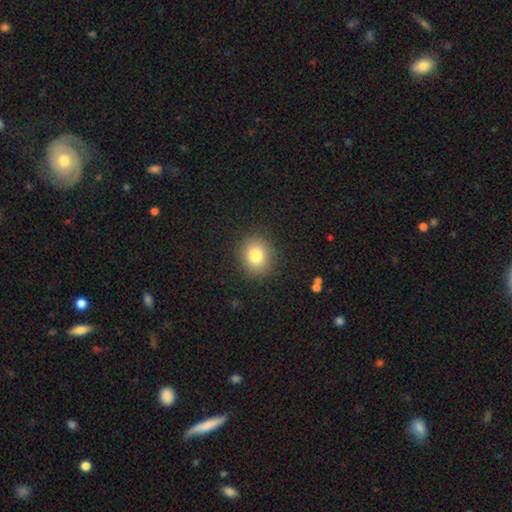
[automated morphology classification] smooth-or-featured: smooth: 82% | star or artifact: 10% | featured or disk: 8%
  how-rounded: round: 74% | in between: 25% | cigar-shaped: 1%
  merging: none: 88% | minor disturbance: 8% | major disturbance: 3% | merger: 1%